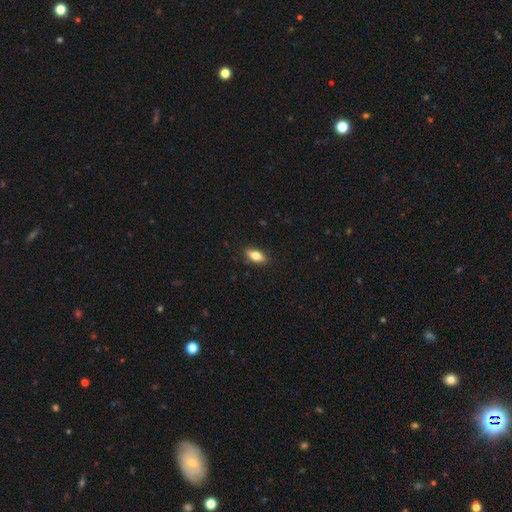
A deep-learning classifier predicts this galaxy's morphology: Smooth or featured?
  - smooth: 76% *
  - featured or disk: 17%
  - star or artifact: 7%
How rounded?
  - in between: 82% *
  - cigar-shaped: 15%
  - round: 4%
Merging?
  - none: 87% *
  - minor disturbance: 9%
  - major disturbance: 2%
  - merger: 1%